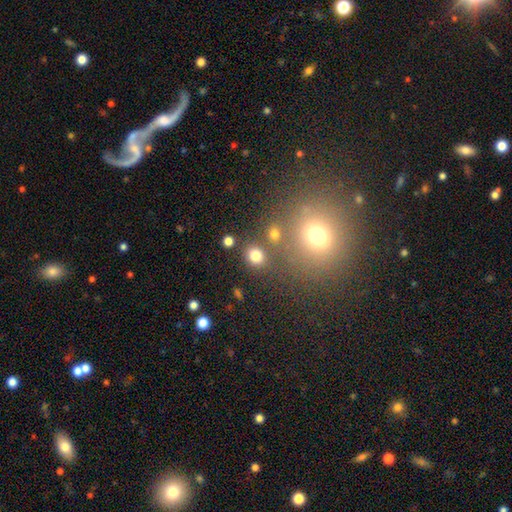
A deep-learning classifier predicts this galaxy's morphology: Overall: smooth (79%). How rounded: round (69%; in between 30%). Merging: none (75%).